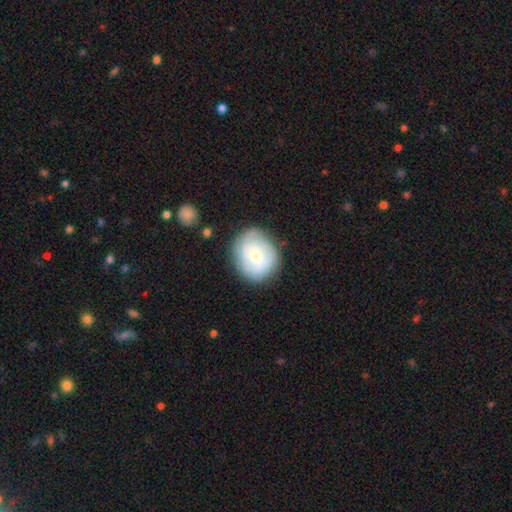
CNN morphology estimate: smooth 48%, featured or disk 45%, star or artifact 7%. Down the decision tree: merging — none (75%).